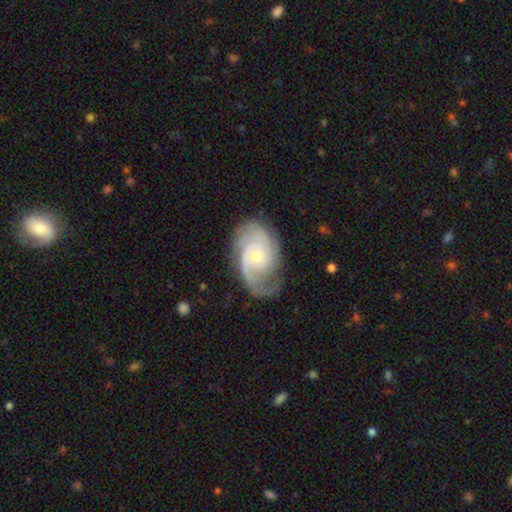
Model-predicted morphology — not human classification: Smooth or featured? Predicted: featured or disk (p=0.90). Edge-on disk? Predicted: no (p=0.97). Bar? Predicted: no (p=0.72). Spiral arms? Predicted: yes (p=0.98). Spiral winding? Predicted: tight (p=0.63). Spiral arm count? Predicted: 2 (p=0.31). Bulge size? Predicted: moderate (p=0.49). Merging? Predicted: none (p=0.73).